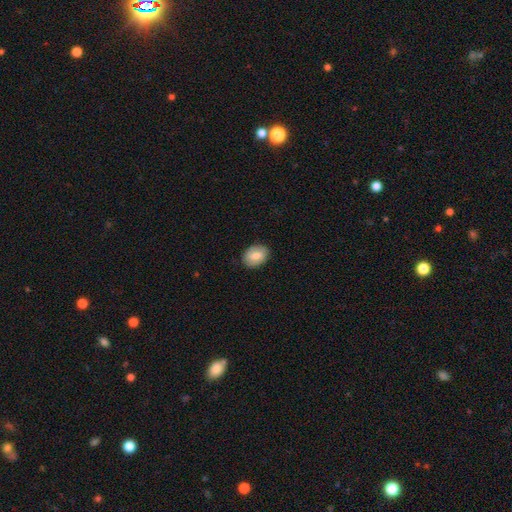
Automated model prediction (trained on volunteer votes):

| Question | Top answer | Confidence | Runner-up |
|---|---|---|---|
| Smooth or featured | smooth | 70% | featured or disk (23%) |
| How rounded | in between | 73% | round (26%) |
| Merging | none | 85% | minor disturbance (12%) |